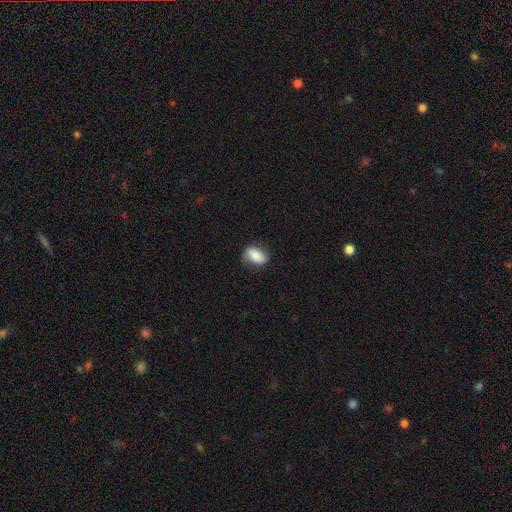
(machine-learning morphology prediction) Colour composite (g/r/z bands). It shows a smooth galaxy with no disk features (72%) that is in between round and cigar-shaped (85%). Merging: none (71%).